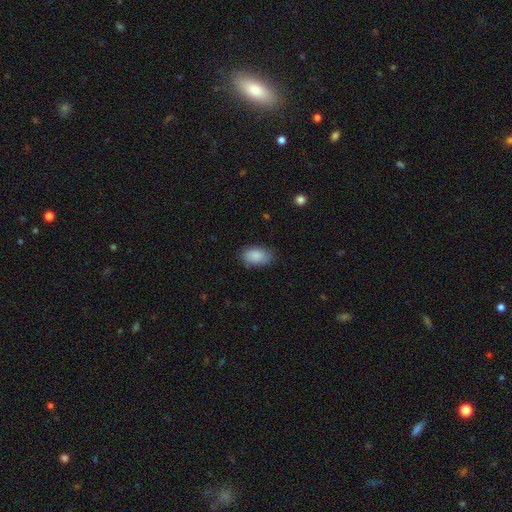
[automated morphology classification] smooth_or_featured: smooth (p=0.89) [alt: star or artifact p=0.07]
how_rounded: in between (p=0.92) [alt: round p=0.06]
merging: none (p=0.81) [alt: minor disturbance p=0.15]